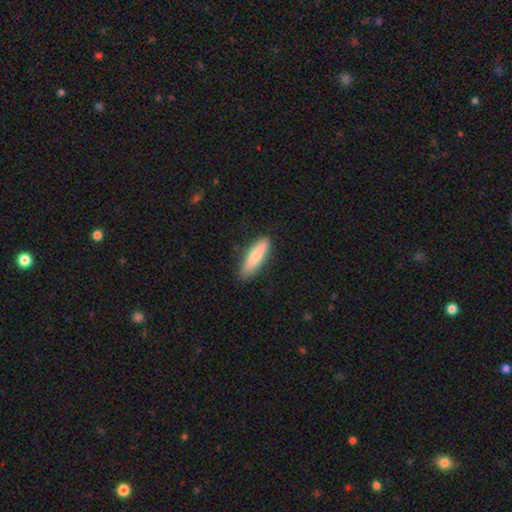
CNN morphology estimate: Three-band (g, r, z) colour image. It shows a smooth galaxy with no disk features (75%) that is cigar-shaped (64%). Merging: none (86%).